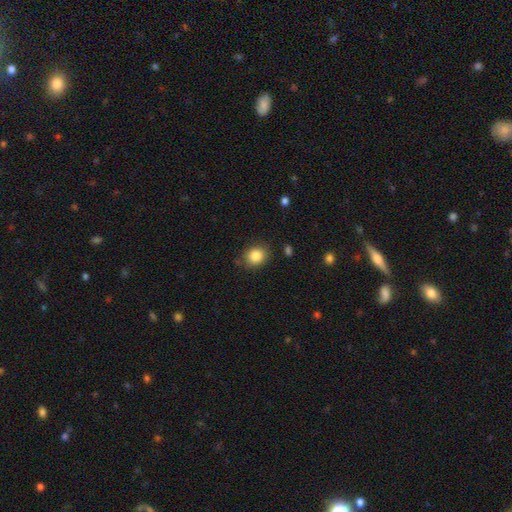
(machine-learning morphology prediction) Q: Smooth or featured?
A: smooth (85%); runner-up: star or artifact (9%)
Q: How rounded?
A: round (64%); runner-up: in between (35%)
Q: Merging?
A: none (82%); runner-up: minor disturbance (13%)